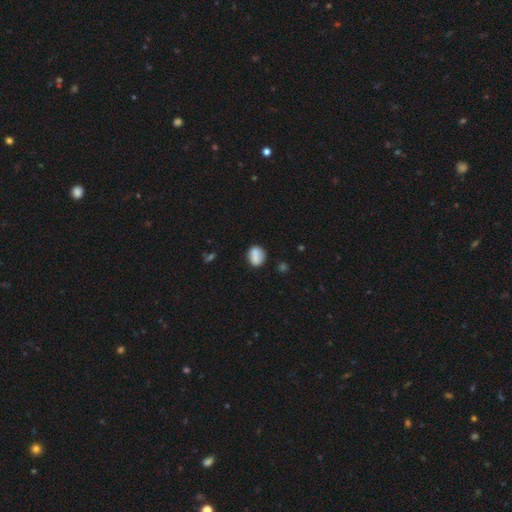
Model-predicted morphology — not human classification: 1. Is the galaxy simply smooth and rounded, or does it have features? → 79% smooth, 13% featured or disk, 8% star or artifact.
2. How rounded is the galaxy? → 52% round, 46% in between, 2% cigar-shaped.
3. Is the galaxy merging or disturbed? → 65% none, 17% minor disturbance, 13% merger, 5% major disturbance.